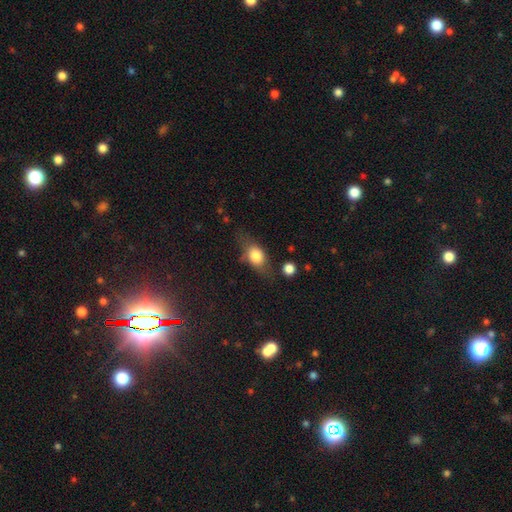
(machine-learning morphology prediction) type=smooth (71%); roundness=in between (67%); merging=none (52%).